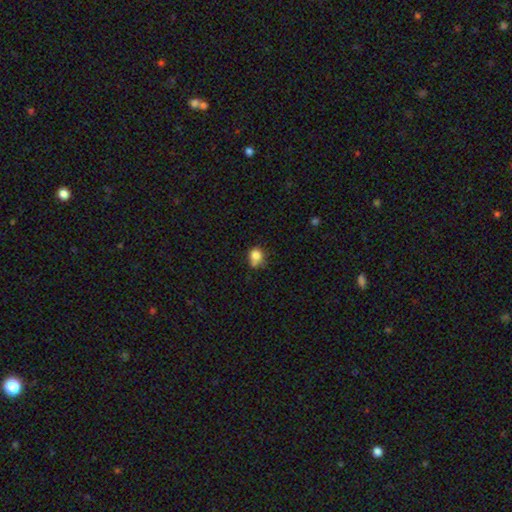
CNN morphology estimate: type=smooth (81%); roundness=round (69%); merging=none (50%).